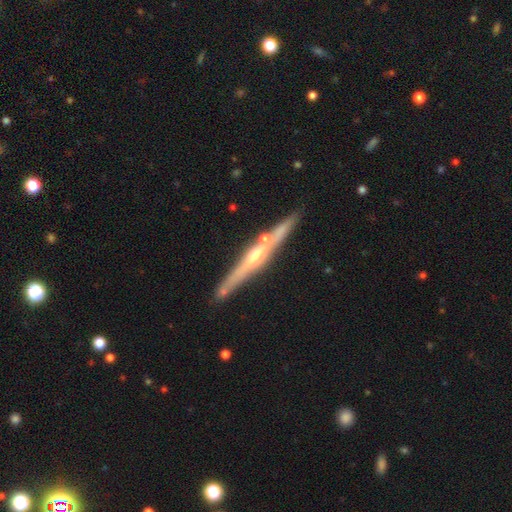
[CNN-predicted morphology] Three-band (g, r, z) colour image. It shows a featured or disk galaxy (73%) viewed edge-on (96%) with a rounded central bulge (79%). Merging: none (79%).